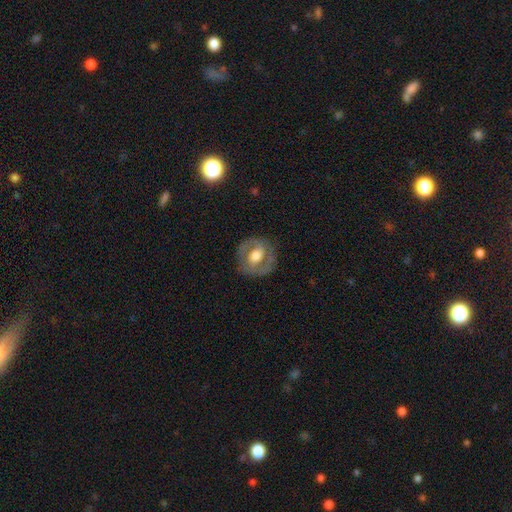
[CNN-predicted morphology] Smooth or featured: featured or disk — 66% (smooth — 29%)
Edge-on disk: no — 96% (yes — 4%)
Bar: weak — 40% (no — 39%)
Spiral arms: yes — 61% (no — 39%)
Bulge size: moderate — 63% (large — 25%)
Merging: none — 79% (minor disturbance — 14%)